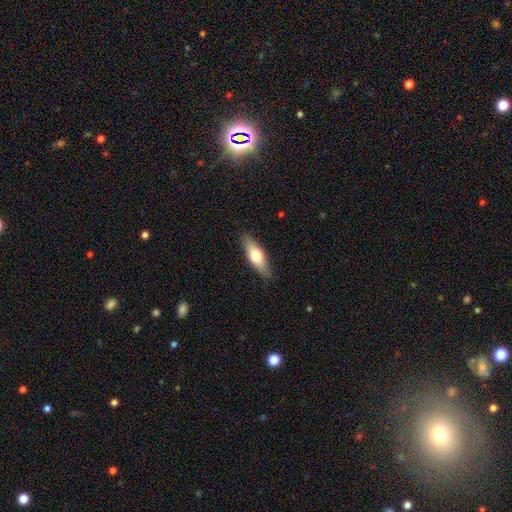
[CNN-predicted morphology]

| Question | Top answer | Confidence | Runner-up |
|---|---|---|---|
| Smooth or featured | smooth | 61% | featured or disk (33%) |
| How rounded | in between | 51% | cigar-shaped (46%) |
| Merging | none | 88% | minor disturbance (9%) |